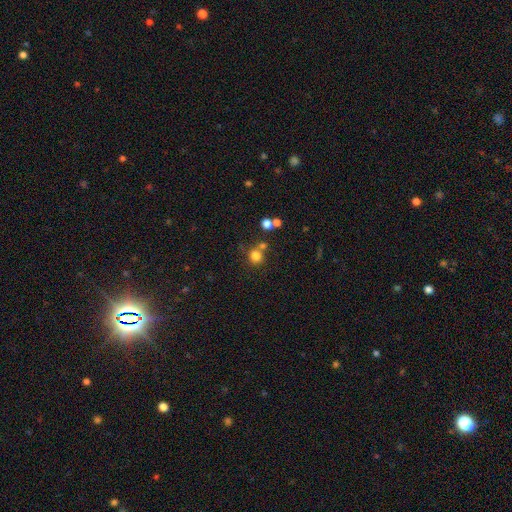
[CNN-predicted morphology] Smooth or featured? smooth (78%)
How rounded? round (89%)
Merging? none (65%)